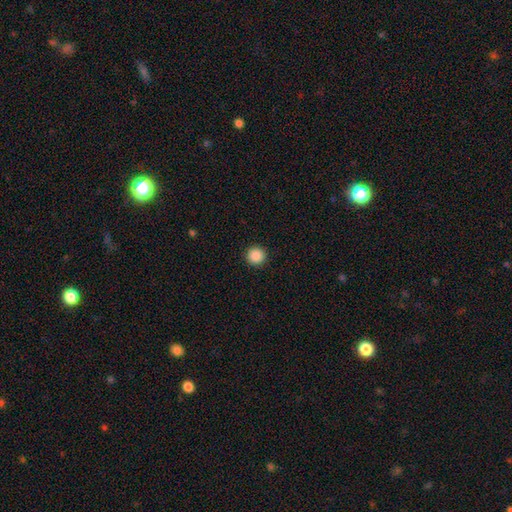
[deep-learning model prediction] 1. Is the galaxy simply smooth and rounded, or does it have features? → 89% smooth, 9% star or artifact, 2% featured or disk.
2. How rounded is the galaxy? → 96% round, 3% in between, 1% cigar-shaped.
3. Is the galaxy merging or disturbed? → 93% none, 4% minor disturbance, 2% major disturbance, 1% merger.